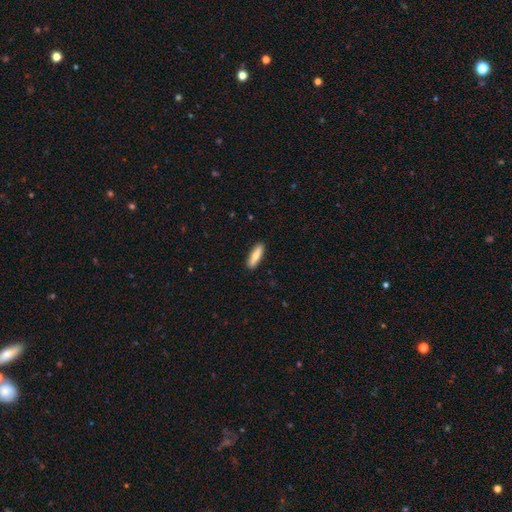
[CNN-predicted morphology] Smooth or featured? smooth (75%)
How rounded? cigar-shaped (62%)
Merging? none (90%)